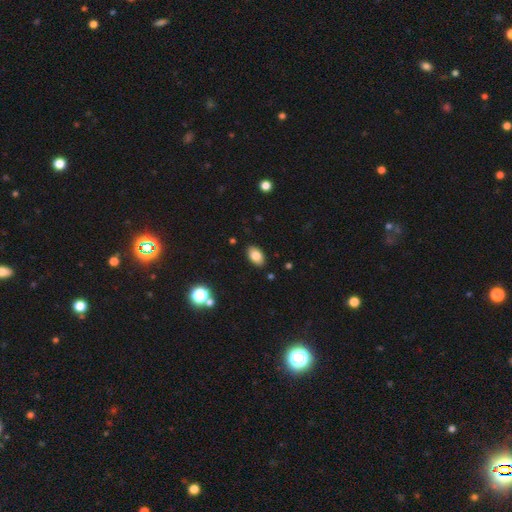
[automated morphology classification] A smooth galaxy with no disk features (82%) that is in between round and cigar-shaped (91%). Merging: none (88%).